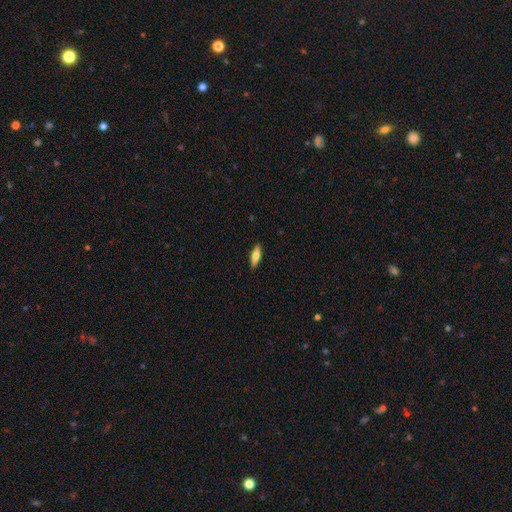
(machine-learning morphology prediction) Q: Smooth or featured?
A: smooth (56%); runner-up: featured or disk (37%)
Q: How rounded?
A: cigar-shaped (59%); runner-up: in between (39%)
Q: Merging?
A: none (89%); runner-up: minor disturbance (8%)